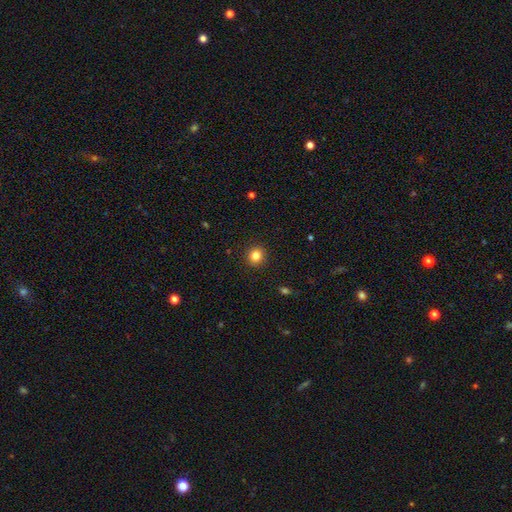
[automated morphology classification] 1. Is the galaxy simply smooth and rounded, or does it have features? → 83% smooth, 11% star or artifact, 6% featured or disk.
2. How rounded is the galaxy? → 87% round, 12% in between, 1% cigar-shaped.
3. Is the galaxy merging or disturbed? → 92% none, 5% minor disturbance, 2% major disturbance, 1% merger.